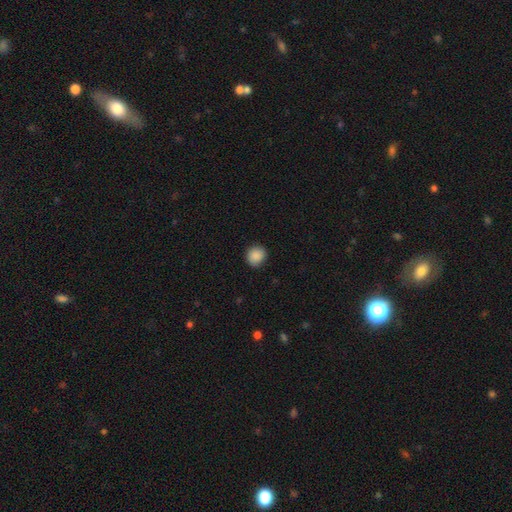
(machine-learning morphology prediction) Smooth or featured: smooth — 89% (star or artifact — 8%)
How rounded: round — 85% (in between — 14%)
Merging: none — 86% (minor disturbance — 11%)